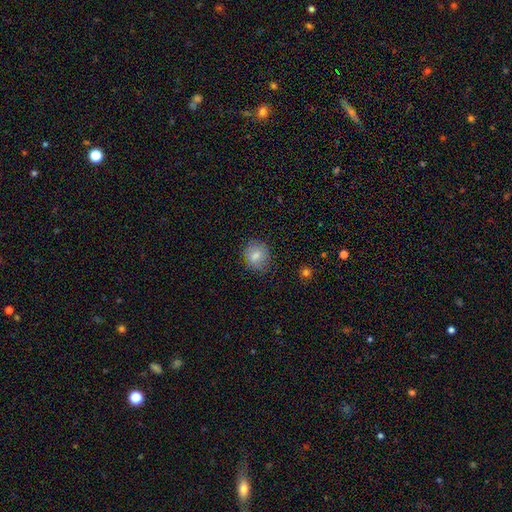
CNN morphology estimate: Overall: smooth (80%). How rounded: round (69%; in between 30%). Merging: none (79%).